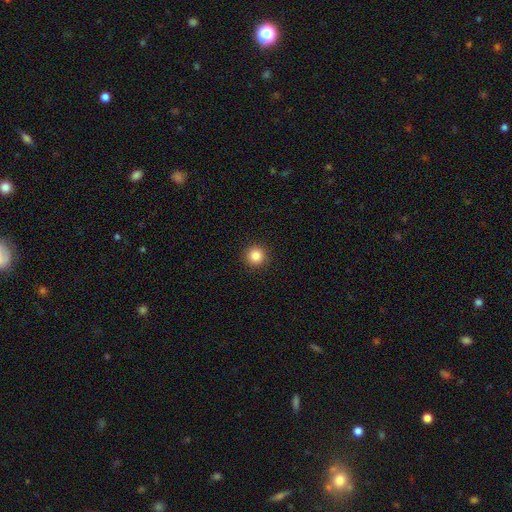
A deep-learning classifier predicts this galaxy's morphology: This is clearly a smooth galaxy (85%). How rounded: clearly round (95%). Merging: clearly none (93%).